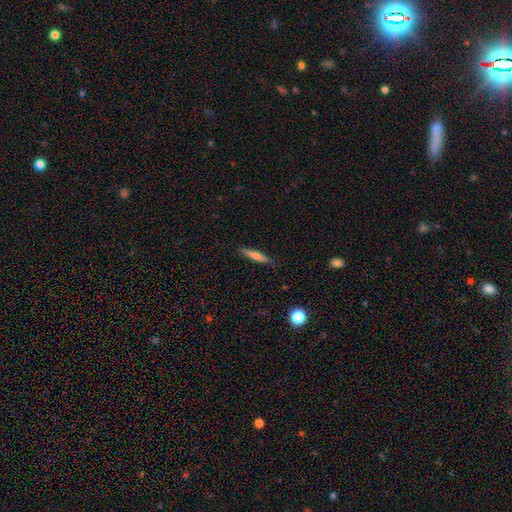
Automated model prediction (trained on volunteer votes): smooth-or-featured: smooth: 58% | featured or disk: 35% | star or artifact: 7%
  how-rounded: cigar-shaped: 89% | in between: 9% | round: 2%
  merging: none: 87% | minor disturbance: 9% | major disturbance: 2% | merger: 1%